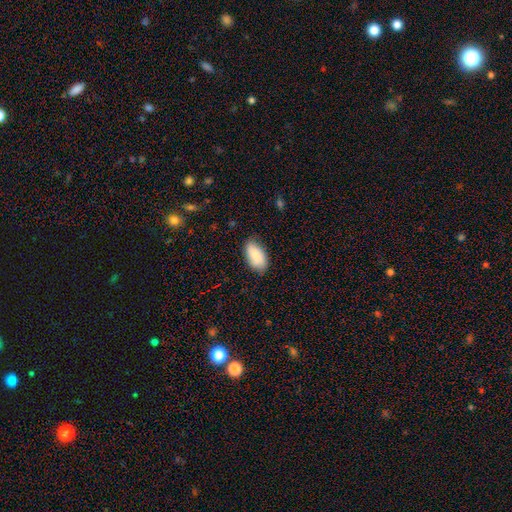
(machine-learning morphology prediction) Smooth or featured? smooth (88%)
How rounded? in between (95%)
Merging? none (81%)